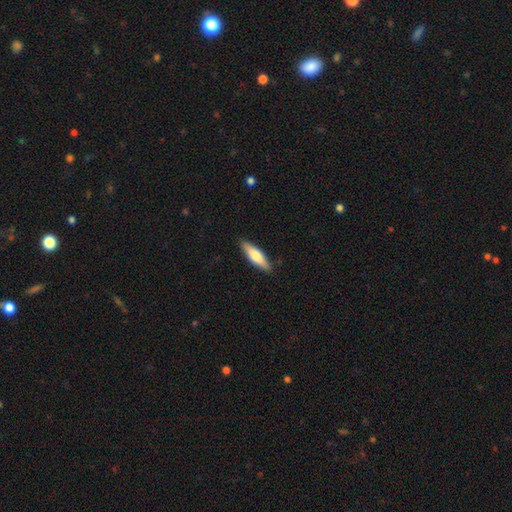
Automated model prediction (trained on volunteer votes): The model was most divided on "how rounded": cigar-shaped: 58%, in between: 40%, round: 2%. More confident: merging — none (88%); smooth or featured — smooth (66%).